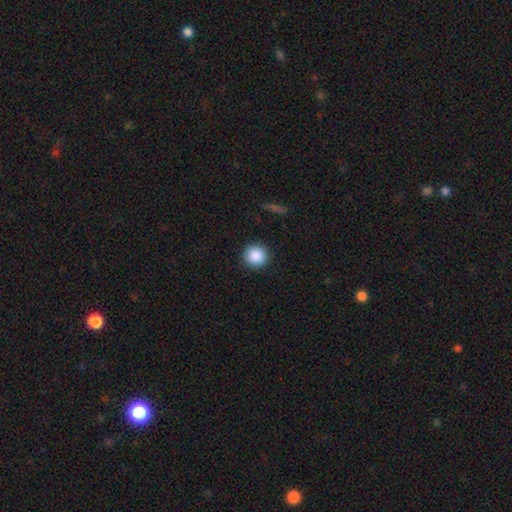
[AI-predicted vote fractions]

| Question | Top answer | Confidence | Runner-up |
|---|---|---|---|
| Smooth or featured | smooth | 88% | star or artifact (8%) |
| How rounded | round | 93% | in between (6%) |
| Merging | none | 91% | minor disturbance (6%) |